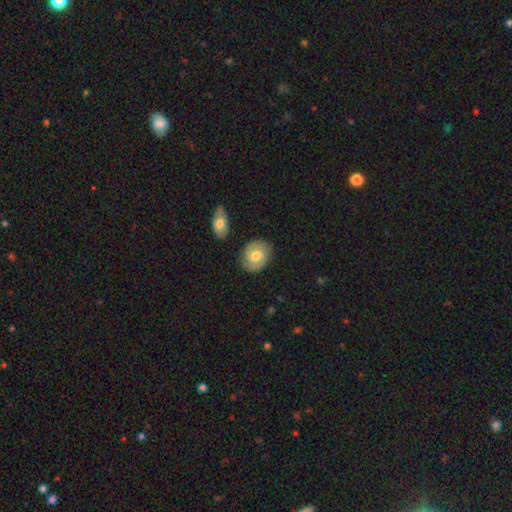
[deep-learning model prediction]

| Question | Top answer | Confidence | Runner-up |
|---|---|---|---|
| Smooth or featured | smooth | 54% | featured or disk (40%) |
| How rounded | in between | 53% | round (46%) |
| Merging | none | 80% | minor disturbance (14%) |